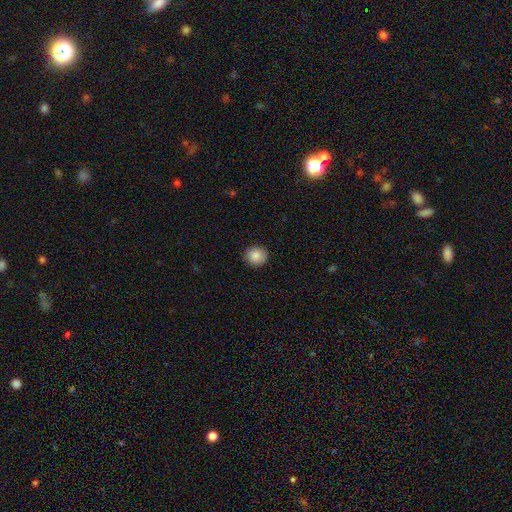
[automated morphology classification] A smooth galaxy with no disk features (88%) that is round (85%). Merging: none (91%).